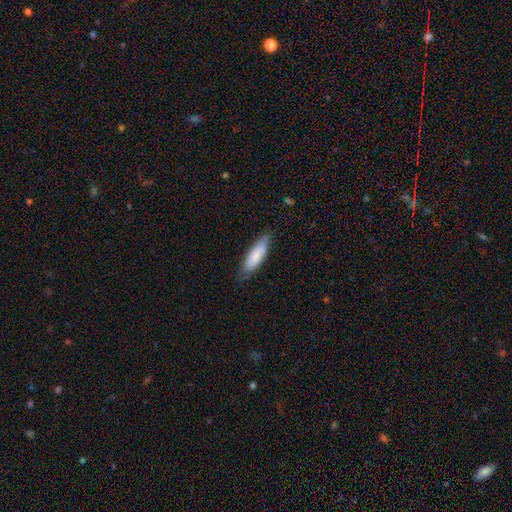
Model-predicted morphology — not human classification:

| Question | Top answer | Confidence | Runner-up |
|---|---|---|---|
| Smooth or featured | smooth | 79% | featured or disk (16%) |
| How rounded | cigar-shaped | 52% | in between (46%) |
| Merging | none | 76% | minor disturbance (19%) |